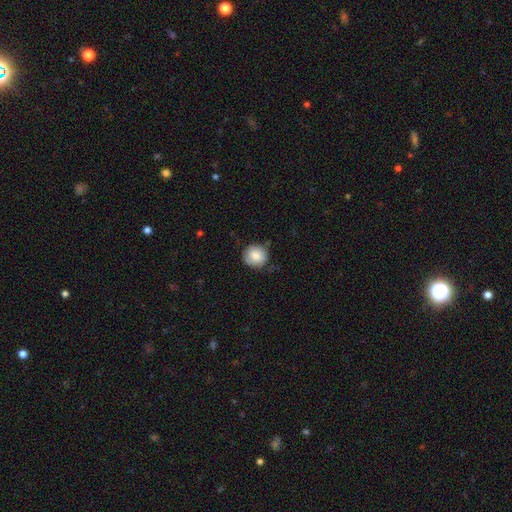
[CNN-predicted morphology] smooth_or_featured: smooth (p=0.83) [alt: featured or disk p=0.10]
how_rounded: round (p=0.88) [alt: in between p=0.11]
merging: none (p=0.72) [alt: minor disturbance p=0.22]